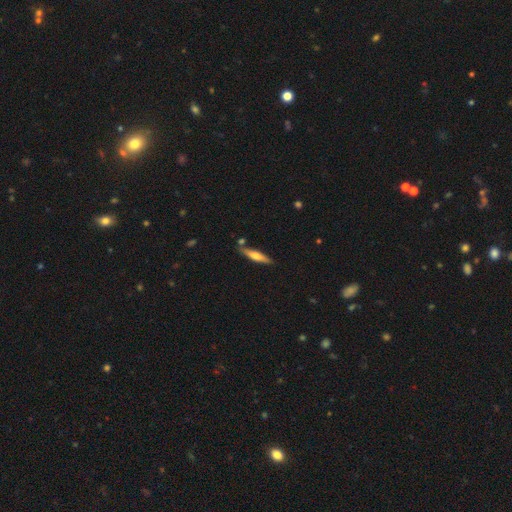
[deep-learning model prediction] A smooth galaxy with no disk features (49%).

Vote fractions:
- Smooth or featured? smooth: 49% / featured or disk: 45% / star or artifact: 6%
- Merging? none: 82% / minor disturbance: 11% / merger: 5% / major disturbance: 2%